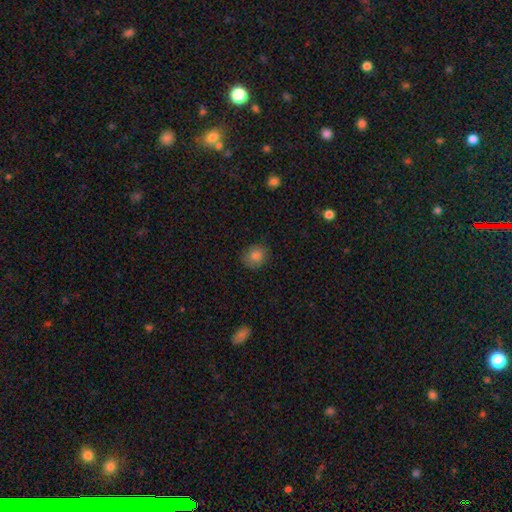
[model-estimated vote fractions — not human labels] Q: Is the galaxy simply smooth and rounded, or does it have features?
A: smooth — 81%.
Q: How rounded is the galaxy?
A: round — 75%.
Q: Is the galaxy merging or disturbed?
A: none — 85%.